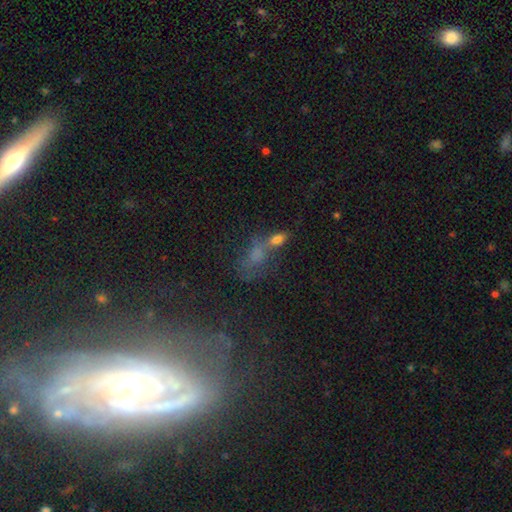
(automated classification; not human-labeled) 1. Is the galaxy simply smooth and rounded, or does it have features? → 50% smooth, 27% star or artifact, 24% featured or disk.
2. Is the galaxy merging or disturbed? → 37% merger, 32% none, 16% major disturbance, 15% minor disturbance.